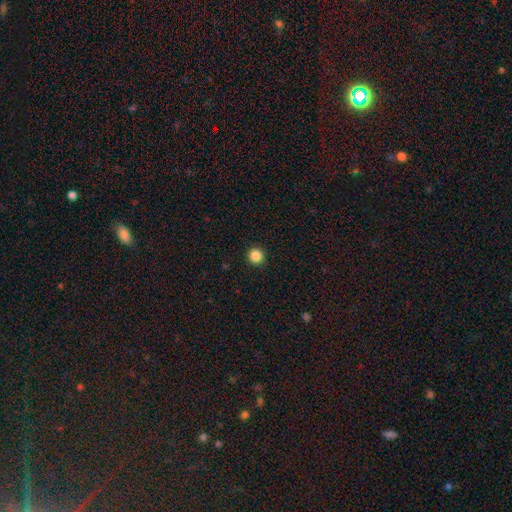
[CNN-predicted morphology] A smooth galaxy with no disk features (86%) that is round (95%). Merging: none (93%).